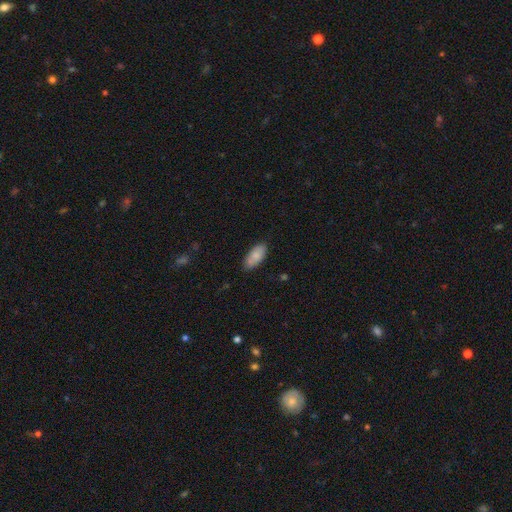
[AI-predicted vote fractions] smooth-or-featured: smooth: 80% | featured or disk: 14% | star or artifact: 6%
  how-rounded: in between: 89% | cigar-shaped: 9% | round: 2%
  merging: none: 81% | minor disturbance: 14% | major disturbance: 2% | merger: 2%